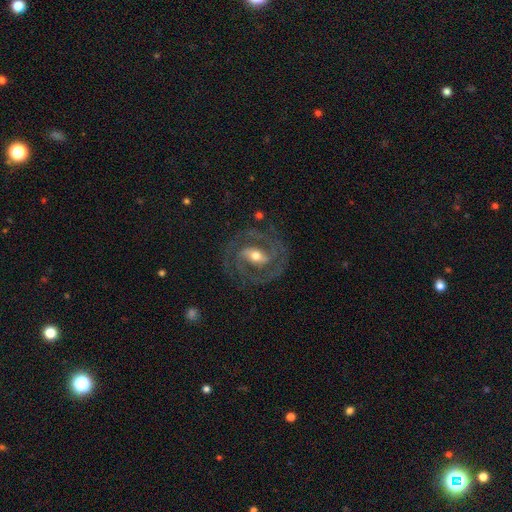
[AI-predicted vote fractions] Smooth or featured?
  - featured or disk: 86% *
  - smooth: 9%
  - star or artifact: 5%
Edge-on disk?
  - no: 96% *
  - yes: 4%
Bar?
  - strong: 47% *
  - weak: 36%
  - no: 17%
Spiral arms?
  - yes: 90% *
  - no: 10%
Spiral winding?
  - tight: 48% *
  - medium: 43%
  - loose: 10%
Spiral arm count?
  - 2: 79% *
  - can't tell: 8%
  - 3: 6%
  - 1: 3%
  - 4: 2%
  - more than 4: 2%
Bulge size?
  - moderate: 67% *
  - small: 24%
  - large: 7%
  - dominant: 1%
  - none: 1%
Merging?
  - none: 78% *
  - minor disturbance: 13%
  - major disturbance: 8%
  - merger: 1%